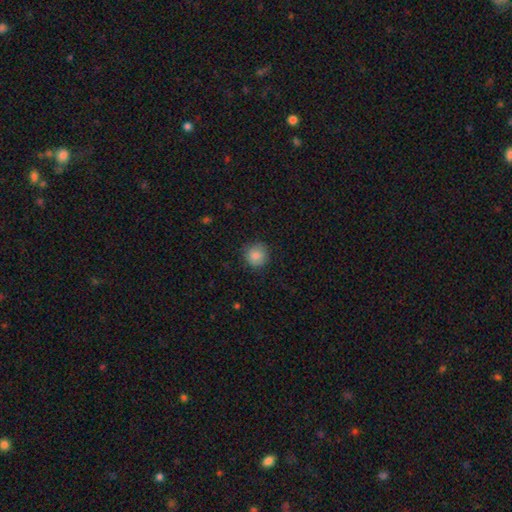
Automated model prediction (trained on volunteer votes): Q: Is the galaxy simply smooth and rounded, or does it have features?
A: smooth — 86%.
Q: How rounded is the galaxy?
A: round — 91%.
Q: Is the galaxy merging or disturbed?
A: none — 84%.